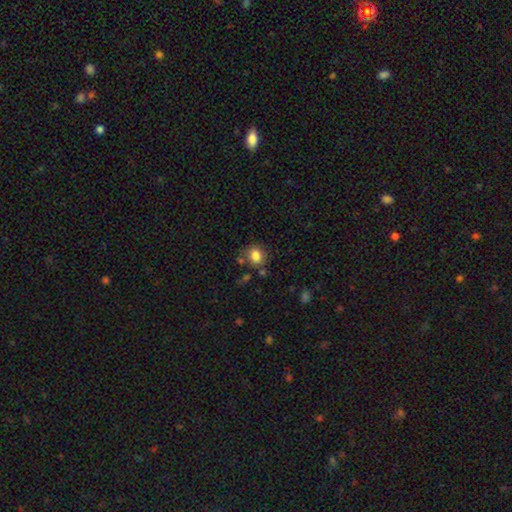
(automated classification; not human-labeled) Smooth or featured? smooth (83%)
How rounded? round (73%)
Merging? none (72%)